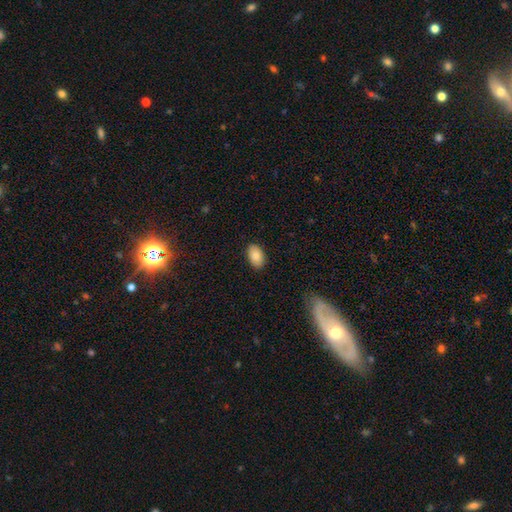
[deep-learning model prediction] Overall: smooth (85%). How rounded: in between (93%). Merging: none (87%).